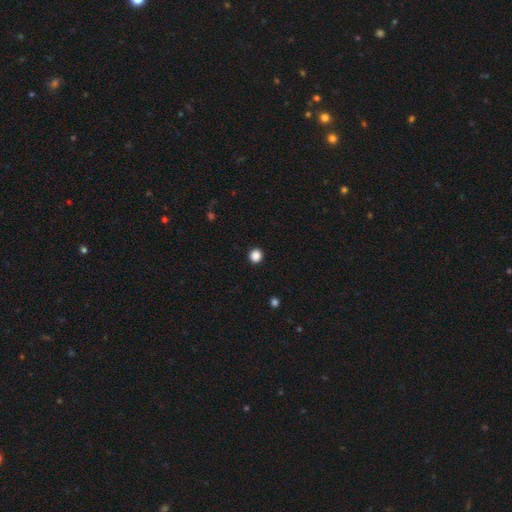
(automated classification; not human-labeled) Smooth or featured: smooth — 87% (star or artifact — 11%)
How rounded: round — 92% (in between — 8%)
Merging: none — 93% (minor disturbance — 4%)